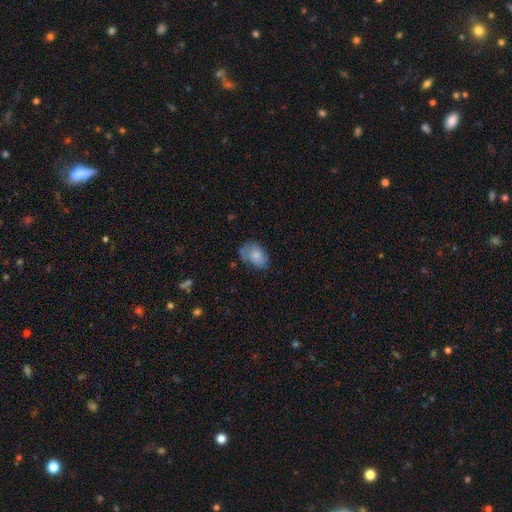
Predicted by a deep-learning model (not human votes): Smooth or featured: smooth — 72% (featured or disk — 20%)
How rounded: in between — 82% (round — 17%)
Merging: none — 58% (minor disturbance — 29%)